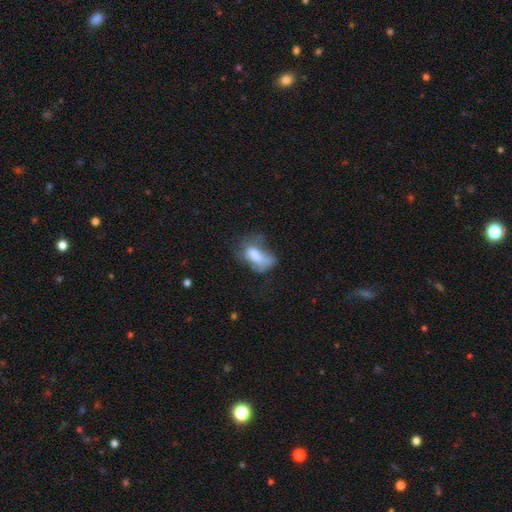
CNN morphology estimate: Smooth or featured? smooth (65%)
How rounded? in between (88%)
Merging? major disturbance (42%)